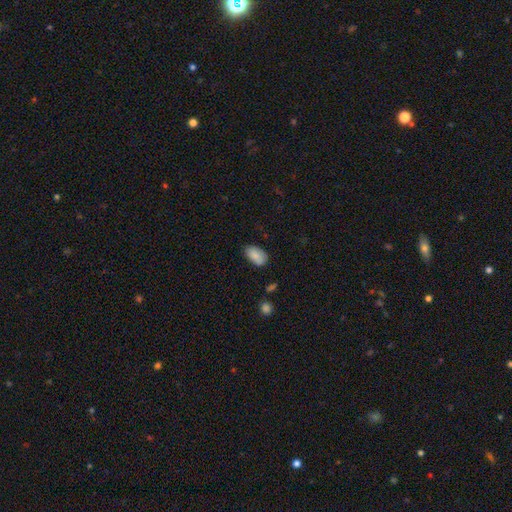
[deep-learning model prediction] This appears to be a smooth galaxy with no disk features (84%) that is in between round and cigar-shaped (92%). Merging: none (66%).